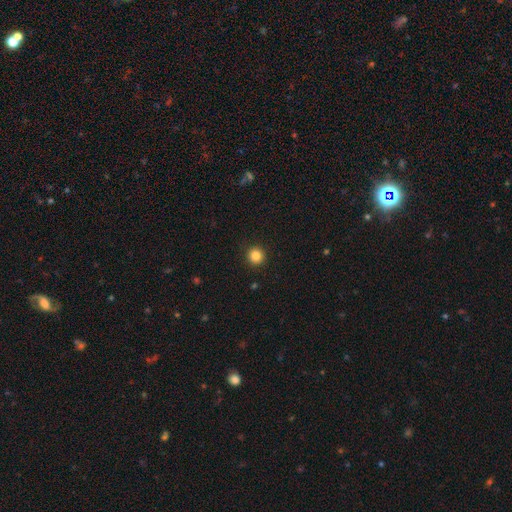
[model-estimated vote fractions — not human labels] smooth_or_featured: smooth (p=0.84) [alt: star or artifact p=0.11]
how_rounded: round (p=0.95) [alt: in between p=0.04]
merging: none (p=0.92) [alt: minor disturbance p=0.05]